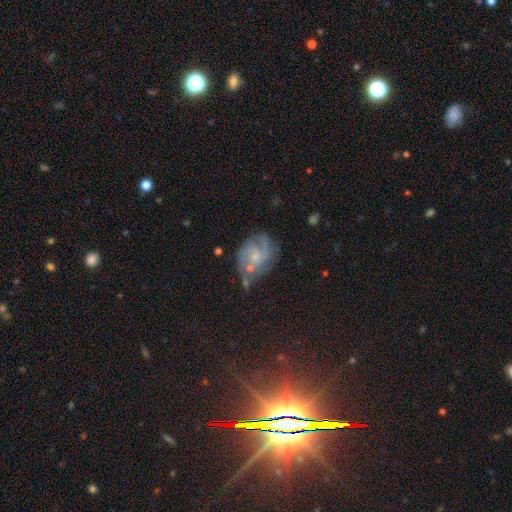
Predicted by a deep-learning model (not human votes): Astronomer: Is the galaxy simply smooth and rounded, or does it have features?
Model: featured or disk — 68%.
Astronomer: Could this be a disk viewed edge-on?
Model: no — 98%.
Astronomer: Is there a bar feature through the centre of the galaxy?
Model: no — 70%.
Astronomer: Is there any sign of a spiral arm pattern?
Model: yes — 85%.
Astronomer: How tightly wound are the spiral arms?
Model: medium — 43% (runner-up: tight, 40%).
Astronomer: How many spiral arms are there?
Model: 2 — 34% (runner-up: can't tell, 30%).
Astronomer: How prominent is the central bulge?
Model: small — 63%.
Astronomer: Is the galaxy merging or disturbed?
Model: none — 51%.